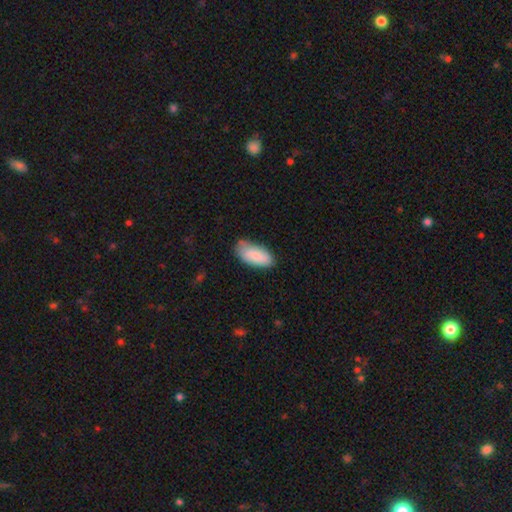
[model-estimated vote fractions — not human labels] Smooth or featured? Predicted: smooth (p=0.86). How rounded? Predicted: in between (p=0.90). Merging? Predicted: none (p=0.70).